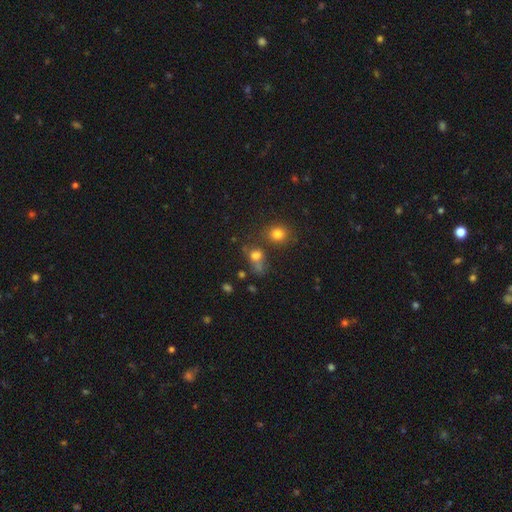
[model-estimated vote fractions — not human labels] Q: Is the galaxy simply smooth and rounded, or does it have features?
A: smooth — 68%.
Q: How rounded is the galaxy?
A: round — 54%.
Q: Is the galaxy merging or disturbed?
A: none — 39%.